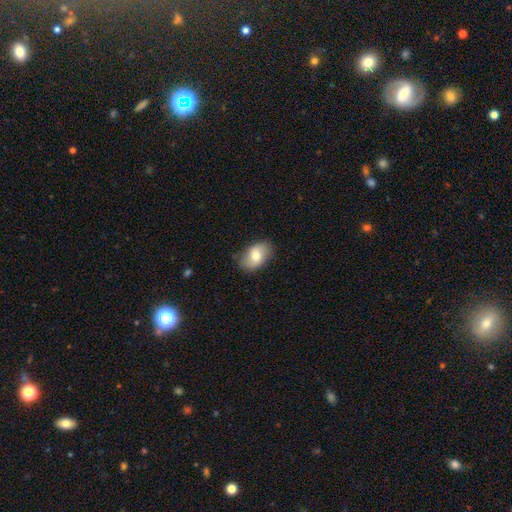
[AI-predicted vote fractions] This is likely a smooth galaxy (71%). How rounded: clearly in between (86%). Merging: clearly none (81%).